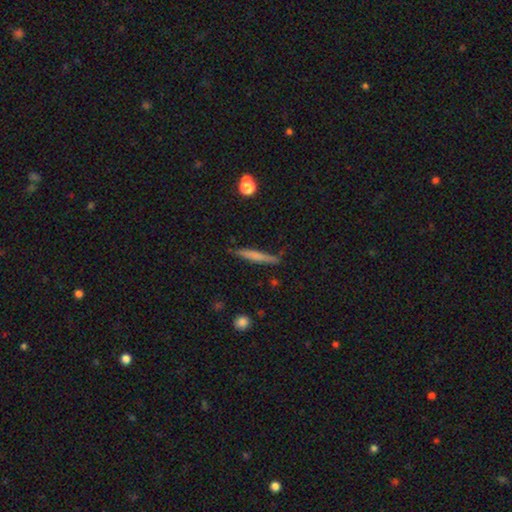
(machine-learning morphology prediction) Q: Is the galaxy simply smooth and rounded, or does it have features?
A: smooth — 58%.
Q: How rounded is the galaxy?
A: cigar-shaped — 94%.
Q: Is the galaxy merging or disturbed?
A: none — 83%.